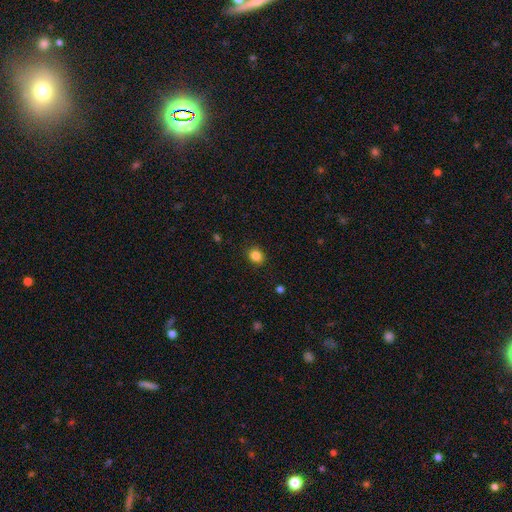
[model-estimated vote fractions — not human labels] smooth_or_featured: smooth (p=0.85) [alt: star or artifact p=0.11]
how_rounded: round (p=0.74) [alt: in between p=0.25]
merging: none (p=0.89) [alt: minor disturbance p=0.08]